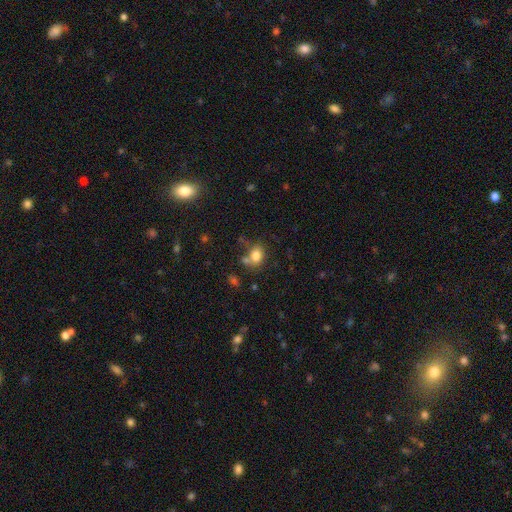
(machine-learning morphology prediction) Smooth or featured? Predicted: smooth (p=0.81). How rounded? Predicted: in between (p=0.63). Merging? Predicted: none (p=0.55).